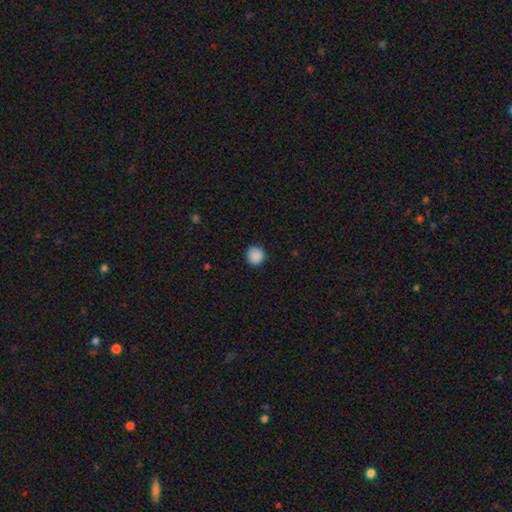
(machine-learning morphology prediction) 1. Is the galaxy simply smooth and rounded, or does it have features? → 89% smooth, 9% star or artifact, 2% featured or disk.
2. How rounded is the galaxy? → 94% round, 5% in between, 1% cigar-shaped.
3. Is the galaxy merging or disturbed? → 91% none, 6% minor disturbance, 2% major disturbance, 1% merger.